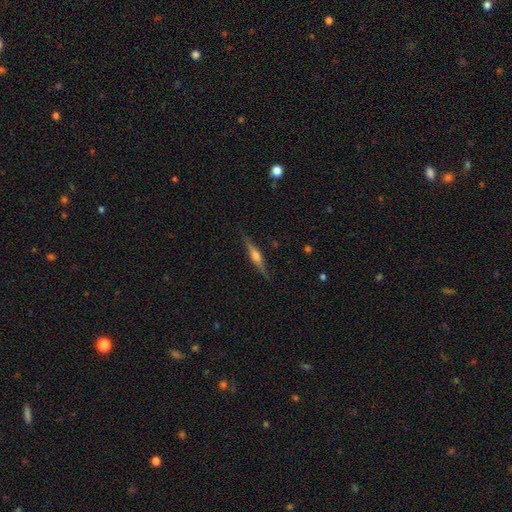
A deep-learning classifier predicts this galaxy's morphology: Q: Smooth or featured?
A: featured or disk (73%); runner-up: smooth (20%)
Q: Edge-on disk?
A: yes (97%); runner-up: no (3%)
Q: Edge-on bulge?
A: rounded (83%); runner-up: boxy (12%)
Q: Merging?
A: none (87%); runner-up: minor disturbance (10%)